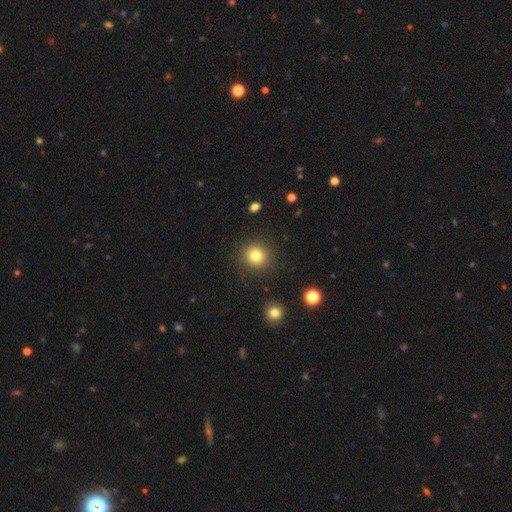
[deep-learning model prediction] Q: Smooth or featured?
A: smooth (80%); runner-up: star or artifact (12%)
Q: How rounded?
A: round (91%); runner-up: in between (8%)
Q: Merging?
A: none (88%); runner-up: minor disturbance (7%)